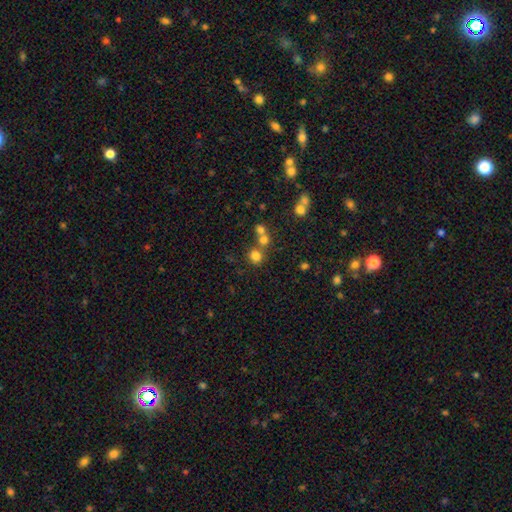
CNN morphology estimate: Smooth or featured? smooth (75%)
How rounded? round (85%)
Merging? none (60%)